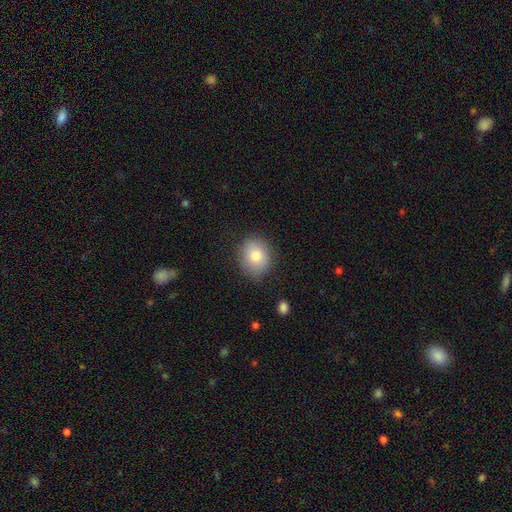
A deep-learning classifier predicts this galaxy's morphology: A smooth galaxy with no disk features (81%) that is round (59%). Merging: none (83%).